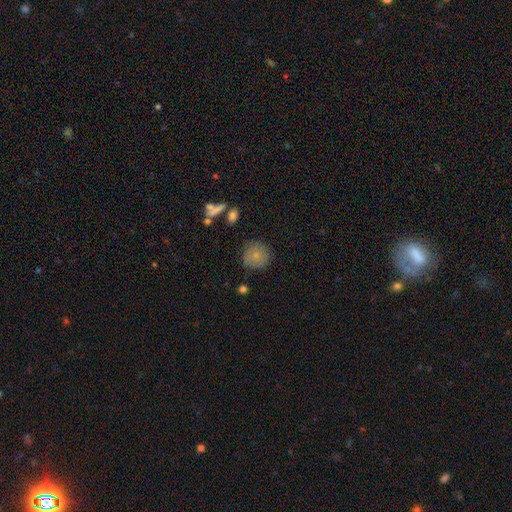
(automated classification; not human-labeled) Overall: smooth (79%). How rounded: round (91%). Merging: none (79%).